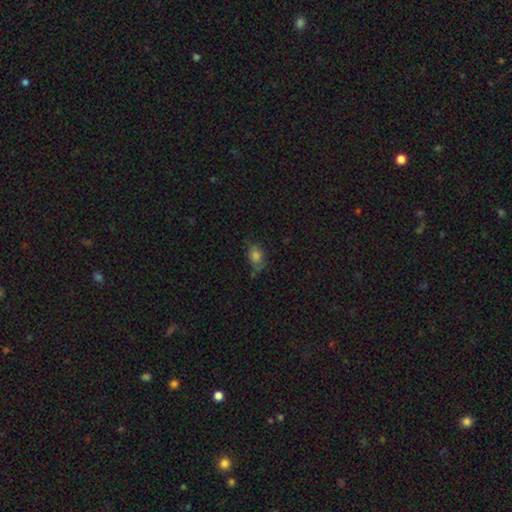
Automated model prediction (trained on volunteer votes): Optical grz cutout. It shows a smooth galaxy with no disk features (68%) that is in between round and cigar-shaped (71%). Merging: none (57%).